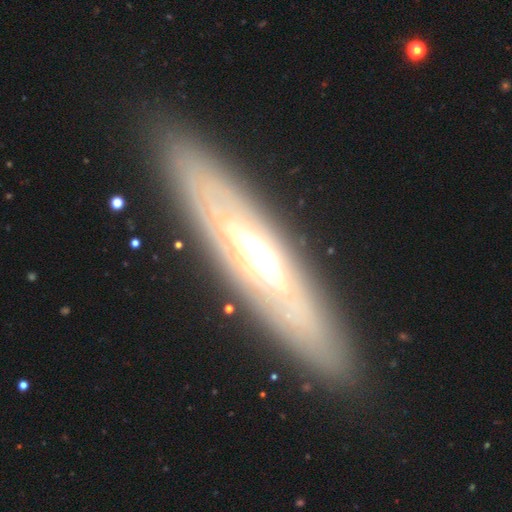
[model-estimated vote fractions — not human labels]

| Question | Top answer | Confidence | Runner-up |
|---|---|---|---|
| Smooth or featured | featured or disk | 73% | smooth (20%) |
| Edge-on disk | yes | 55% | no (45%) |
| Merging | none | 86% | minor disturbance (9%) |